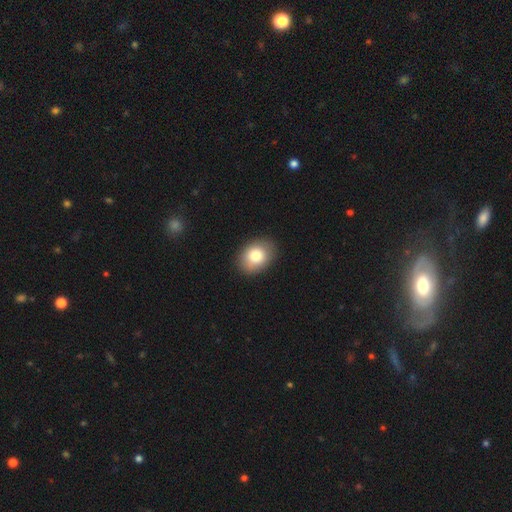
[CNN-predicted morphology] Smooth or featured? smooth (80%)
How rounded? in between (69%)
Merging? none (87%)